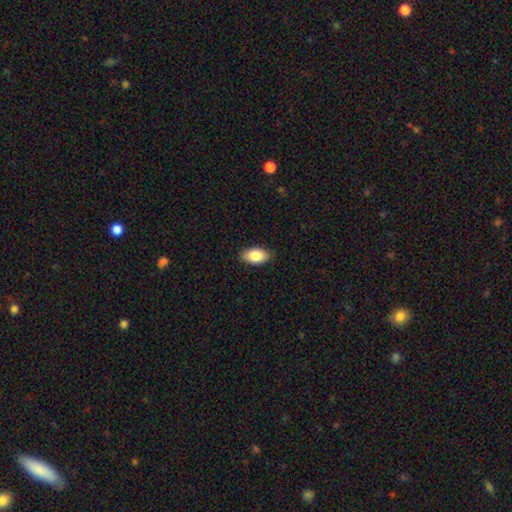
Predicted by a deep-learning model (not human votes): The model was most divided on "smooth or featured": smooth: 85%, featured or disk: 8%, star or artifact: 7%. More confident: how rounded — in between (94%); merging — none (88%).